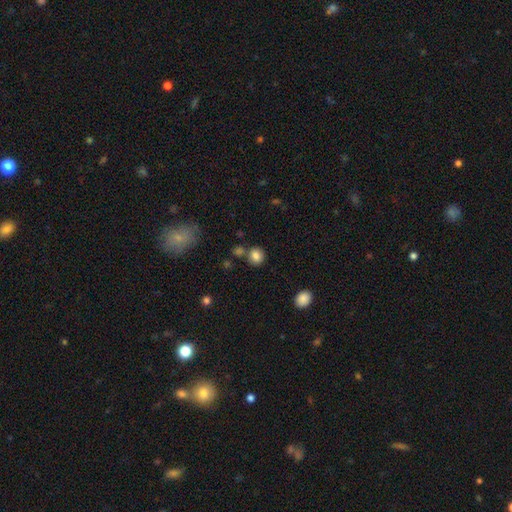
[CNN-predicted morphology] Smooth or featured? Predicted: smooth (p=0.82). How rounded? Predicted: round (p=0.83). Merging? Predicted: none (p=0.76).